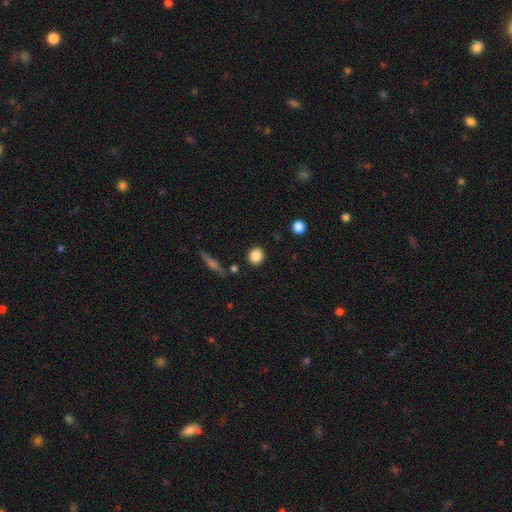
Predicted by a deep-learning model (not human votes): smooth-or-featured: smooth: 86% | star or artifact: 9% | featured or disk: 6%
  how-rounded: round: 77% | in between: 21% | cigar-shaped: 2%
  merging: none: 88% | minor disturbance: 7% | merger: 3% | major disturbance: 2%